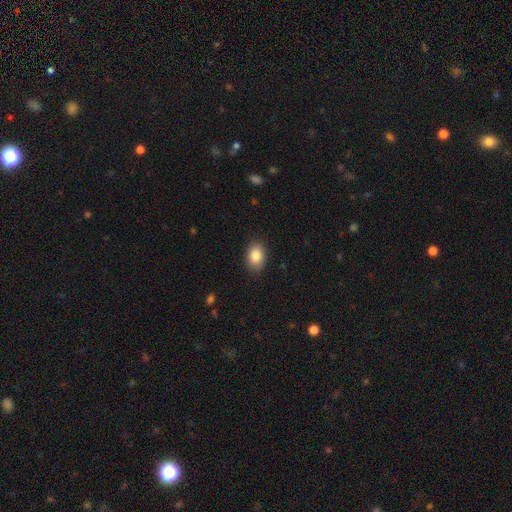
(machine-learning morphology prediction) A smooth galaxy with no disk features (85%) that is in between round and cigar-shaped (79%).

Vote fractions:
- Smooth or featured? smooth: 85% / star or artifact: 8% / featured or disk: 7%
- How rounded? in between: 79% / round: 20% / cigar-shaped: 1%
- Merging? none: 87% / minor disturbance: 10% / major disturbance: 2% / merger: 1%